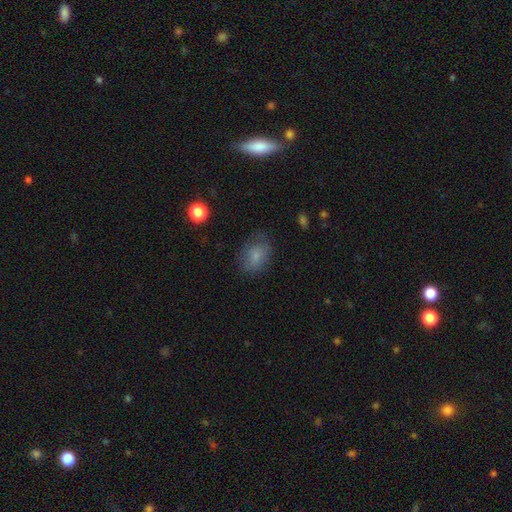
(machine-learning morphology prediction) Smooth or featured? Predicted: smooth (p=0.77). How rounded? Predicted: in between (p=0.69). Merging? Predicted: none (p=0.65).